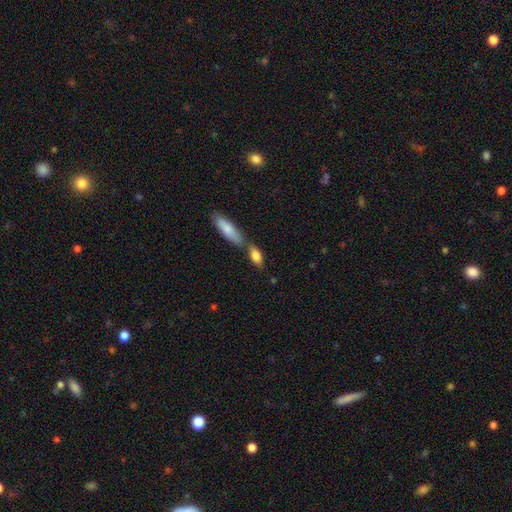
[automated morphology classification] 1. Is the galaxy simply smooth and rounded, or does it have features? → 79% smooth, 14% featured or disk, 7% star or artifact.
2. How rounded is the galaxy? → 72% in between, 23% cigar-shaped, 4% round.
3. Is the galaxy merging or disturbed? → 47% none, 38% merger, 12% minor disturbance, 4% major disturbance.